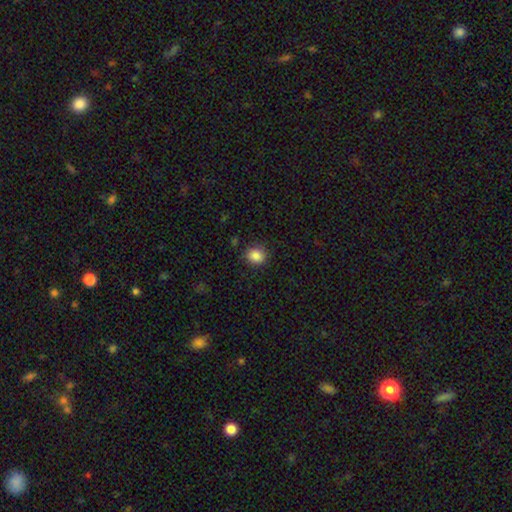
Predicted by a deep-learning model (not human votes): Smooth or featured? Predicted: smooth (p=0.87). How rounded? Predicted: round (p=0.72). Merging? Predicted: none (p=0.86).